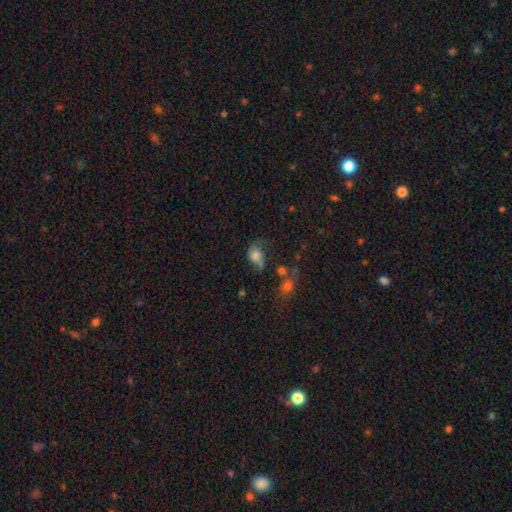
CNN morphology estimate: This is likely a smooth galaxy (61%). How rounded: likely in between (61%). Merging: marginally major disturbance (31%).